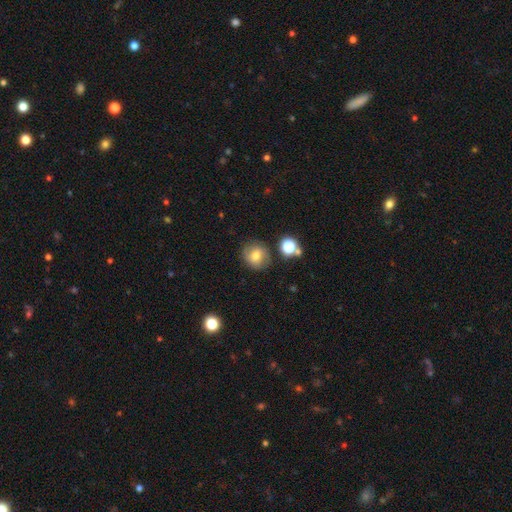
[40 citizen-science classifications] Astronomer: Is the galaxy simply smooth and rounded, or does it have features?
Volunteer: smooth — 75%.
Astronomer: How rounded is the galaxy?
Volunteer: round — 77%.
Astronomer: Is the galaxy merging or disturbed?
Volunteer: none — 97%.